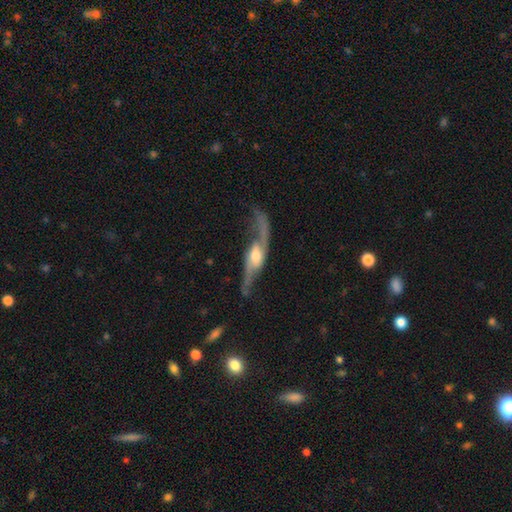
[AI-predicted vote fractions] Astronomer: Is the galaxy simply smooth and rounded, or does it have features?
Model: featured or disk — 85%.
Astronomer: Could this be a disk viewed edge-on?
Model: no — 71%.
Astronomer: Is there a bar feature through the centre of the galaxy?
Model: no — 48% (runner-up: weak, 36%).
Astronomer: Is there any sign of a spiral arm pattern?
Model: yes — 92%.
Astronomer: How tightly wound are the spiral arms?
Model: loose — 80%.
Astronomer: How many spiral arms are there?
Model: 2 — 90%.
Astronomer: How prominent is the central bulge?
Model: moderate — 63%.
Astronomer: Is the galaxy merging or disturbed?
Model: none — 60%.